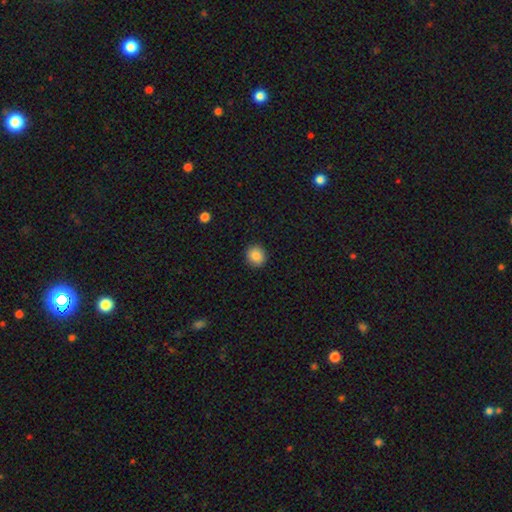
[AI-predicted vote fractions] Q: Smooth or featured?
A: smooth (86%); runner-up: star or artifact (9%)
Q: How rounded?
A: round (87%); runner-up: in between (12%)
Q: Merging?
A: none (92%); runner-up: minor disturbance (6%)